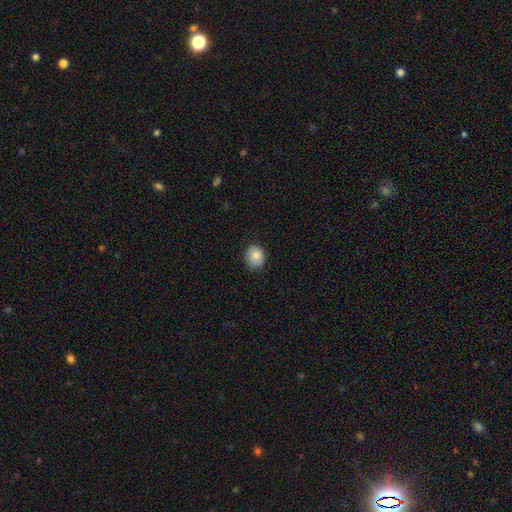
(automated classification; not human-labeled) smooth-or-featured: smooth: 85% | star or artifact: 8% | featured or disk: 7%
  how-rounded: round: 67% | in between: 32% | cigar-shaped: 1%
  merging: none: 80% | minor disturbance: 16% | major disturbance: 3% | merger: 1%